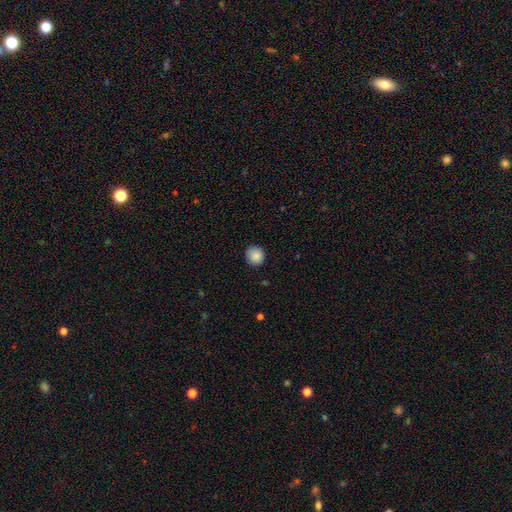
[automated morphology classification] A smooth galaxy with no disk features (88%) that is round (88%).

Vote fractions:
- Smooth or featured? smooth: 88% / star or artifact: 9% / featured or disk: 4%
- How rounded? round: 88% / in between: 11% / cigar-shaped: 1%
- Merging? none: 88% / minor disturbance: 9% / major disturbance: 2% / merger: 1%